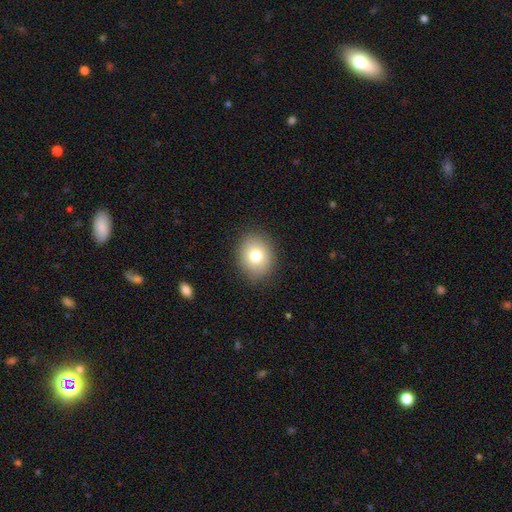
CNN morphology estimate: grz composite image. It shows a smooth galaxy with no disk features (77%) that is round (56%). Merging: none (88%).